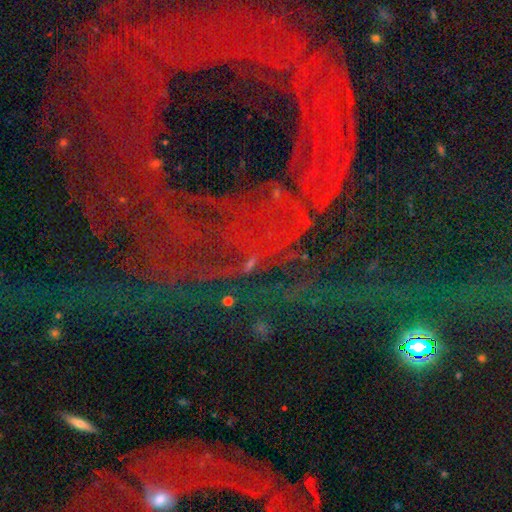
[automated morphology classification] This appears to be a star or artifact, not a galaxy (75%).